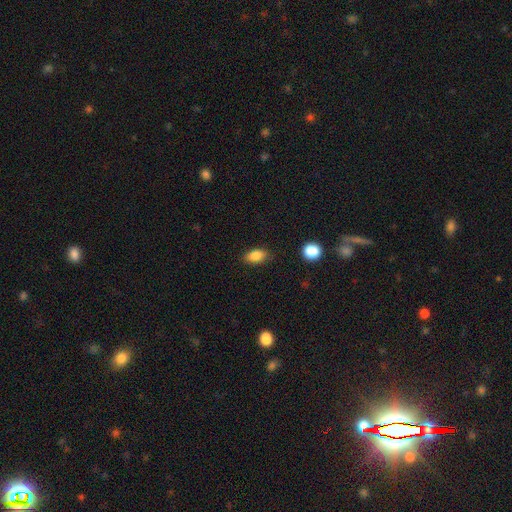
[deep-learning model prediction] Q: Smooth or featured?
A: smooth (85%); runner-up: star or artifact (9%)
Q: How rounded?
A: in between (88%); runner-up: round (9%)
Q: Merging?
A: none (83%); runner-up: minor disturbance (13%)